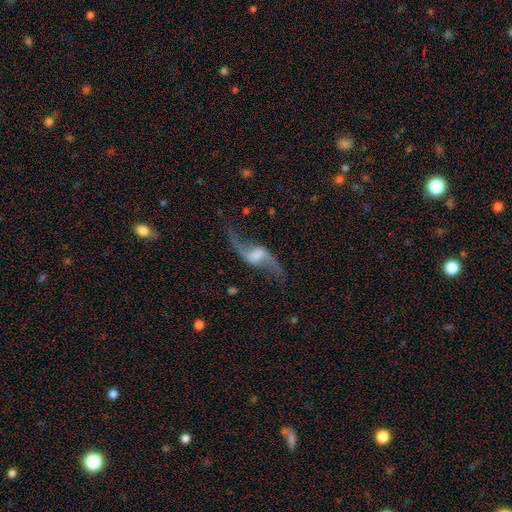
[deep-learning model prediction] smooth-or-featured: featured or disk: 88% | smooth: 6% | star or artifact: 6%
  disk-edge-on: no: 94% | yes: 6%
    bar: weak: 48% | strong: 29% | no: 23%
    has-spiral-arms: yes: 96% | no: 4%
      spiral-winding: loose: 92% | medium: 6% | tight: 2%
      spiral-arm-count: 2: 94% | 1: 2% | can't tell: 1% | 3: 1% | 4: 1% | more than 4: 1%
    bulge-size: none: 32% | moderate: 26% | small: 25% | large: 13% | dominant: 3%
  merging: none: 76% | minor disturbance: 12% | major disturbance: 8% | merger: 3%